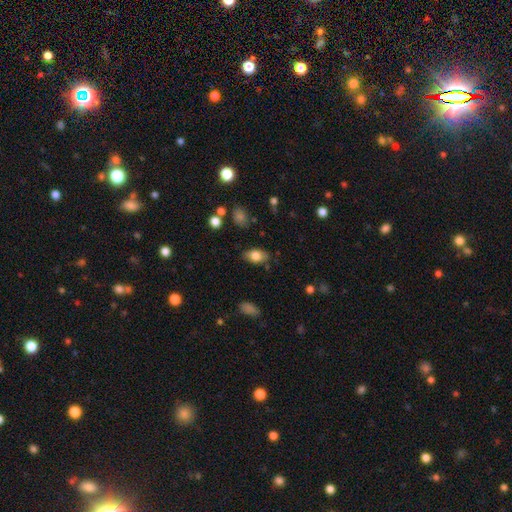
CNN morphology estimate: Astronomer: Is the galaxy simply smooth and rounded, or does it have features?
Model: smooth — 79%.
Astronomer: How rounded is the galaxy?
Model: in between — 90%.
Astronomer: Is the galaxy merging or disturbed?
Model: none — 81%.